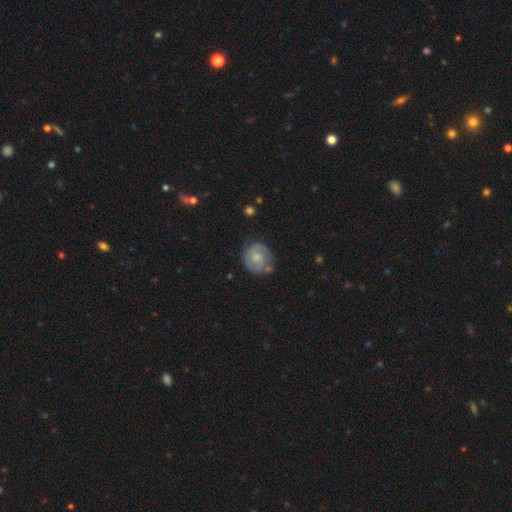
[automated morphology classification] This is possibly a featured or disk galaxy (58%). It is clearly not viewed edge-on (98%). Bar: likely no (67%). Spiral arm pattern: clearly yes (82%). Central bulge: possibly moderate (48%). Merging: likely none (68%).